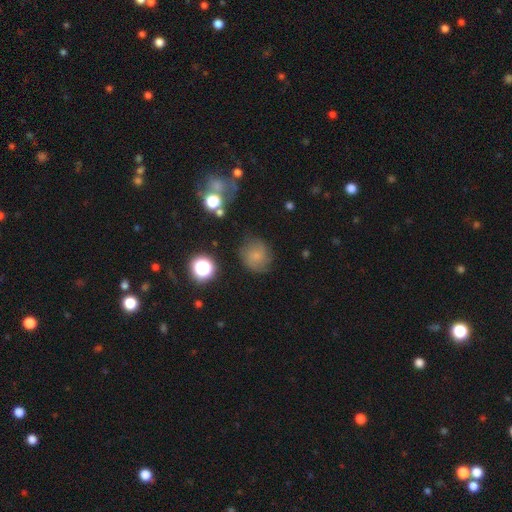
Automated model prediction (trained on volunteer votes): Morphology: type=smooth (52%); roundness=round (86%); merging=none (71%).